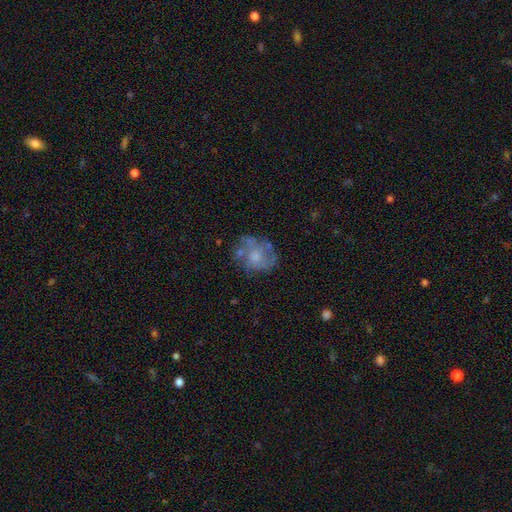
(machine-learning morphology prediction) smooth_or_featured: featured or disk (p=0.54) [alt: smooth p=0.37]
disk_edge_on: no (p=0.97) [alt: yes p=0.03]
bar: no (p=0.84) [alt: weak p=0.13]
has_spiral_arms: no (p=0.59) [alt: yes p=0.41]
bulge_size: moderate (p=0.46) [alt: small p=0.27]
merging: none (p=0.55) [alt: minor disturbance p=0.23]